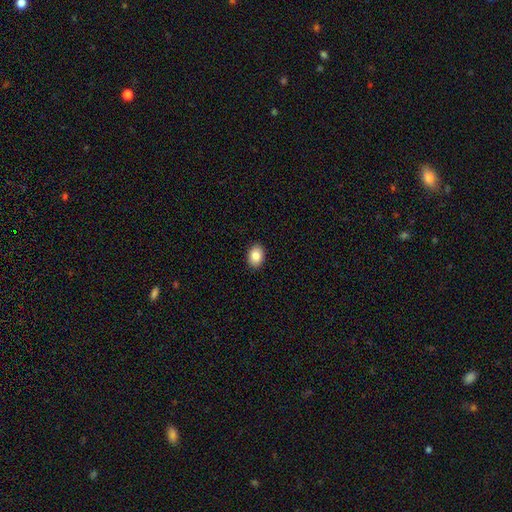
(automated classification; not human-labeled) A smooth galaxy with no disk features (86%) that is in between round and cigar-shaped (77%).

Vote fractions:
- Smooth or featured? smooth: 86% / star or artifact: 8% / featured or disk: 6%
- How rounded? in between: 77% / round: 22% / cigar-shaped: 1%
- Merging? none: 91% / minor disturbance: 7% / major disturbance: 2% / merger: 1%